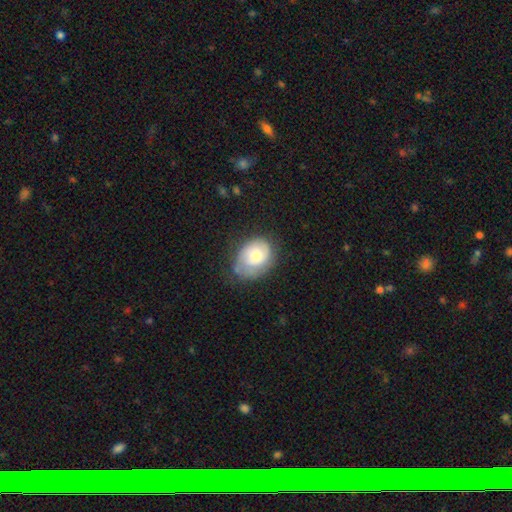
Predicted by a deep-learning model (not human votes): A smooth galaxy with no disk features (63%) that is in between round and cigar-shaped (66%). Merging: none (54%).